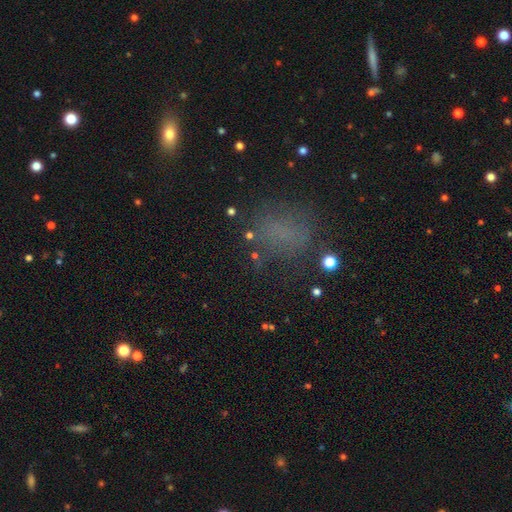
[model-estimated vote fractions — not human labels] Morphology: type=smooth (53%); roundness=in between (49%, tied with round); merging=none (62%).